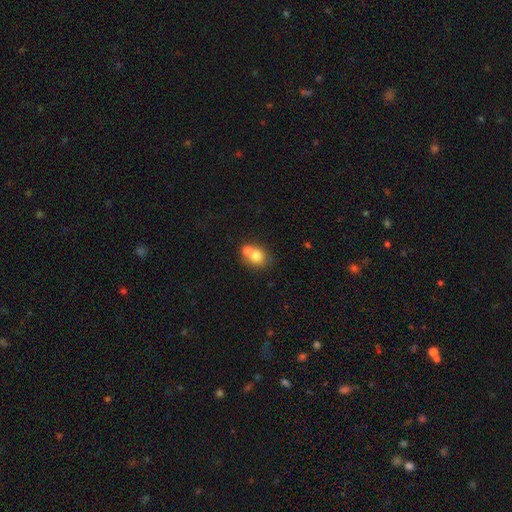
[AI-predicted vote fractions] Morphology: type=smooth (74%); roundness=round (75%); merging=merger (49%).